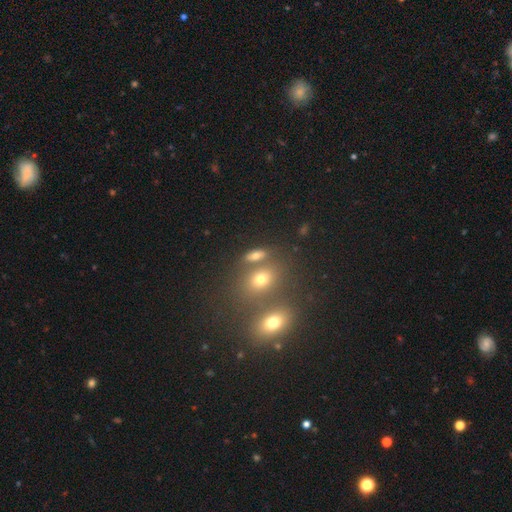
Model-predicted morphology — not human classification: smooth 67%, featured or disk 17%, star or artifact 16%. Down the decision tree: how rounded — in between (70%); merging — none (64%).